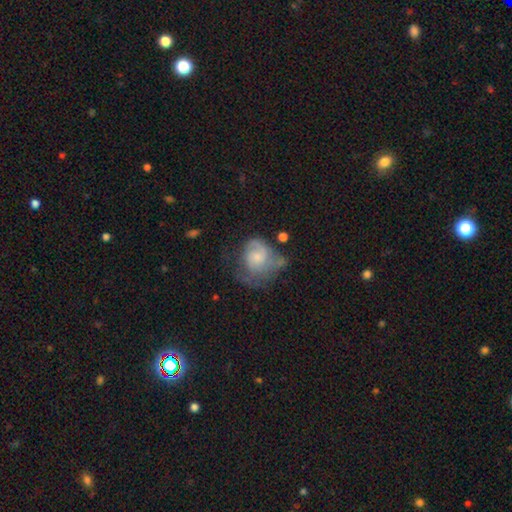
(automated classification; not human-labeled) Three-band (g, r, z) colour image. It shows a featured or disk galaxy (53%) with no bar (76%), spiral arms (70%) and a small central bulge (42%). Merging: major disturbance (33%, tied with none).